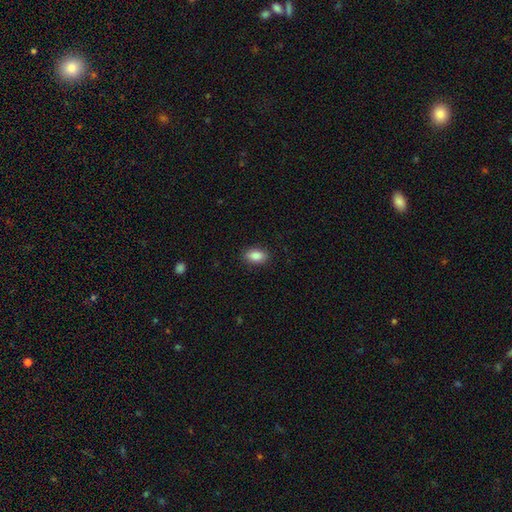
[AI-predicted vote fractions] This is clearly a smooth galaxy (88%). How rounded: clearly in between (89%). Merging: clearly none (88%).